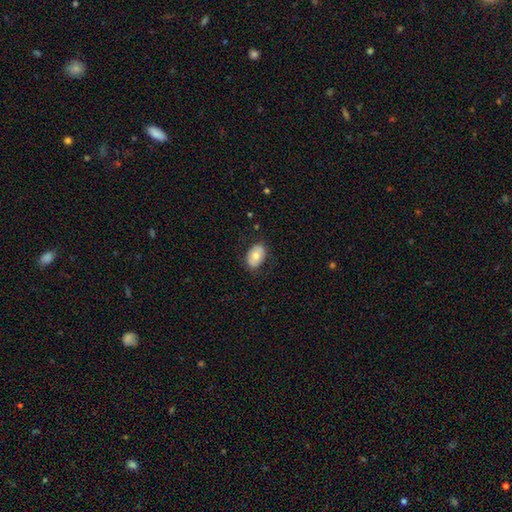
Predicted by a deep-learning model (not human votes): Q: Smooth or featured?
A: smooth (73%); runner-up: featured or disk (20%)
Q: How rounded?
A: in between (86%); runner-up: round (13%)
Q: Merging?
A: none (81%); runner-up: minor disturbance (14%)